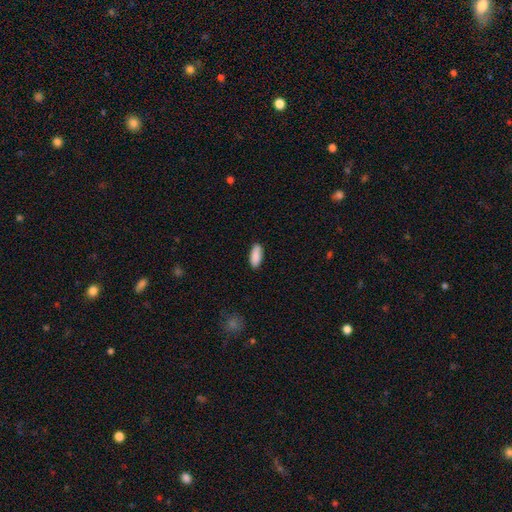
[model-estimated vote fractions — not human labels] The model was most divided on "how rounded": in between: 81%, cigar-shaped: 17%, round: 2%. More confident: smooth or featured — smooth (90%); merging — none (88%).